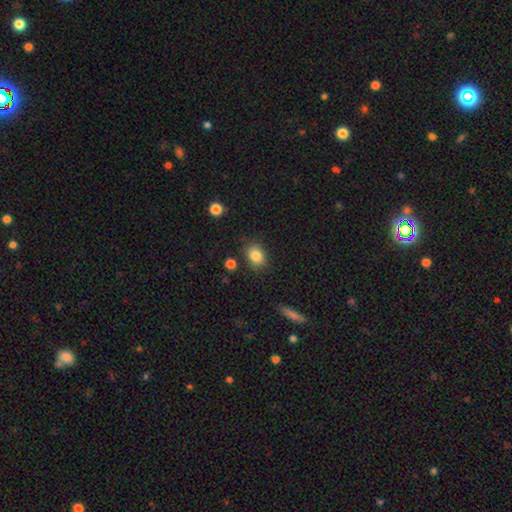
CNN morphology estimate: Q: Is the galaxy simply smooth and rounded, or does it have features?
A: smooth — 84%.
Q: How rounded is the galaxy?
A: in between — 61%.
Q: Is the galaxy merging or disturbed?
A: none — 82%.